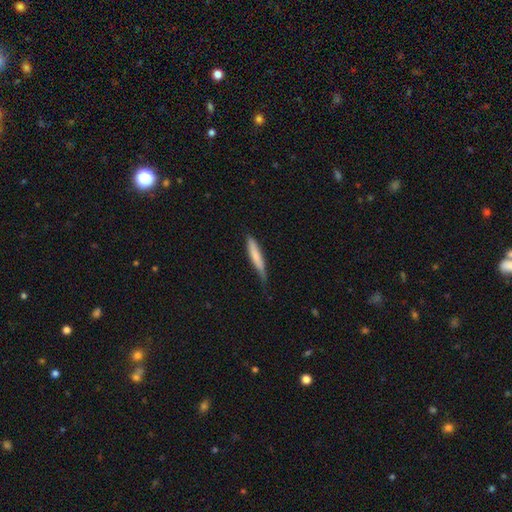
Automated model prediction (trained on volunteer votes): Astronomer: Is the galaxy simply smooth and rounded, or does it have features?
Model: smooth — 75%.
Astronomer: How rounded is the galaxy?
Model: cigar-shaped — 92%.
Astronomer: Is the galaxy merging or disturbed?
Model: none — 59%.